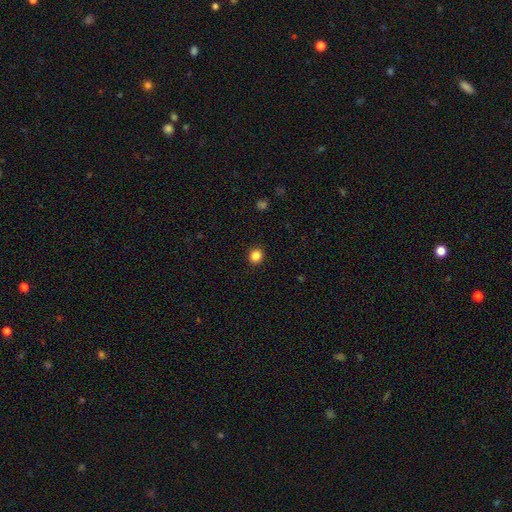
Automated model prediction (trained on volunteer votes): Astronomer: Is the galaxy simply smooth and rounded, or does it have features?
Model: smooth — 86%.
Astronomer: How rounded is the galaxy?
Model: round — 84%.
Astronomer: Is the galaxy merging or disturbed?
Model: none — 92%.